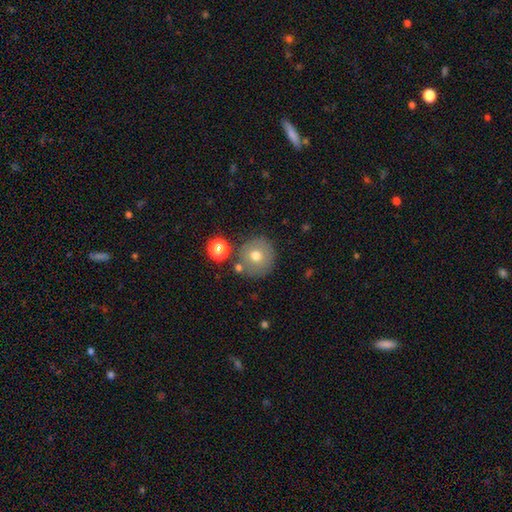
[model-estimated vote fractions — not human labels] smooth-or-featured: smooth: 69% | featured or disk: 20% | star or artifact: 11%
  how-rounded: round: 93% | in between: 6% | cigar-shaped: 1%
  merging: none: 77% | minor disturbance: 11% | merger: 8% | major disturbance: 4%